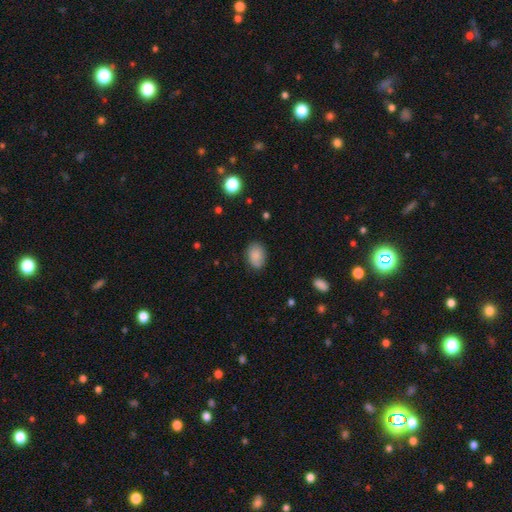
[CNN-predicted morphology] This is clearly a smooth galaxy (84%). How rounded: likely in between (79%). Merging: clearly none (80%).